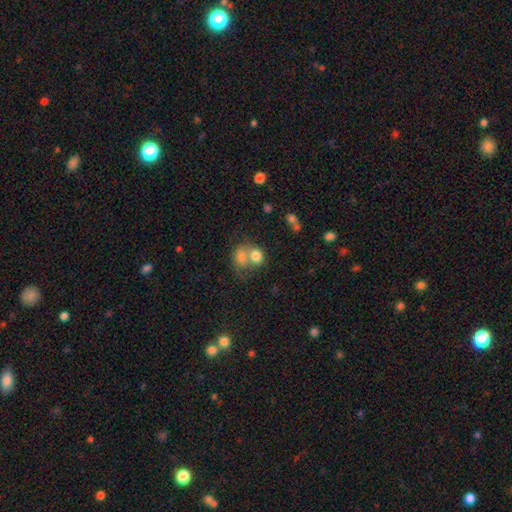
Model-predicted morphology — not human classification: The model was most divided on "how rounded": round: 56%, in between: 43%, cigar-shaped: 1%. More confident: smooth or featured — smooth (75%); merging — merger (64%).